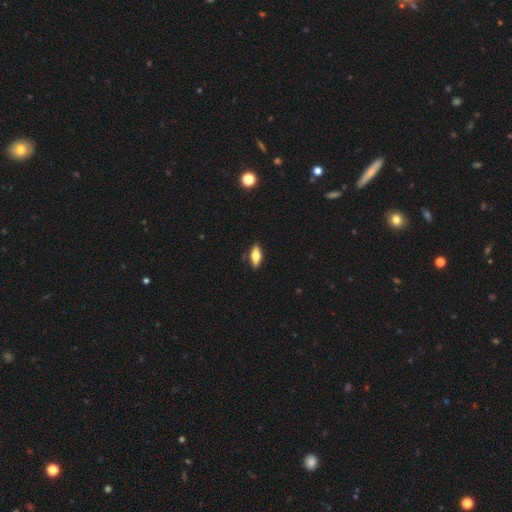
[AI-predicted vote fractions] A smooth galaxy with no disk features (65%) that is in between round and cigar-shaped (74%). Merging: none (87%).